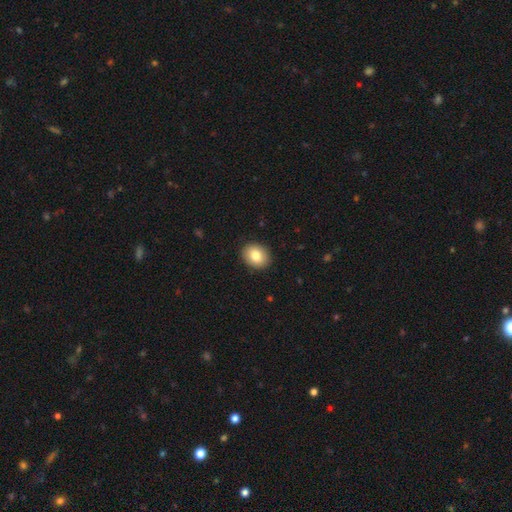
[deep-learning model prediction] Smooth or featured: smooth — 82% (featured or disk — 10%)
How rounded: round — 56% (in between — 43%)
Merging: none — 91% (minor disturbance — 7%)